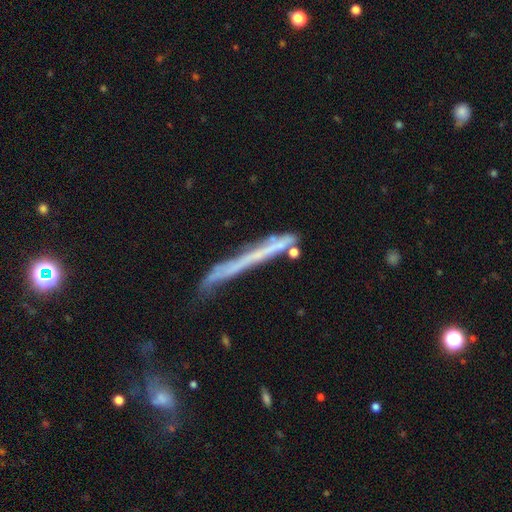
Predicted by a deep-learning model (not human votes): Smooth or featured? featured or disk (50%)
Edge-on disk? yes (89%)
Merging? none (66%)